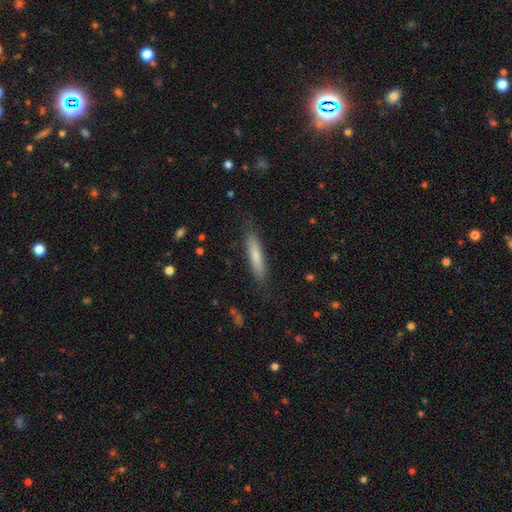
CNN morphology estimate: Smooth or featured?
  - smooth: 72% *
  - featured or disk: 22%
  - star or artifact: 6%
How rounded?
  - cigar-shaped: 87% *
  - in between: 12%
  - round: 1%
Merging?
  - none: 83% *
  - minor disturbance: 13%
  - major disturbance: 3%
  - merger: 1%